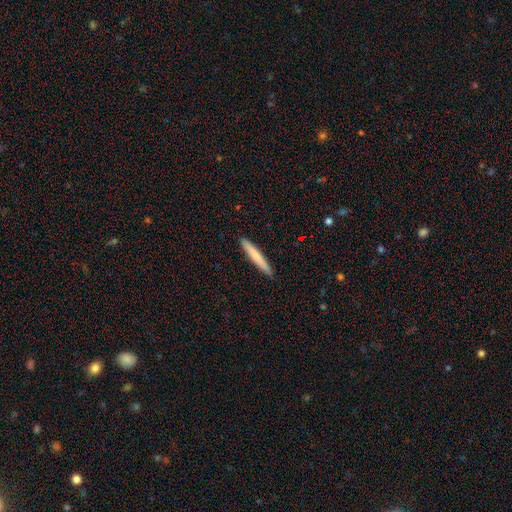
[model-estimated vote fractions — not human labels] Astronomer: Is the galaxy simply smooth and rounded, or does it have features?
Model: smooth — 73%.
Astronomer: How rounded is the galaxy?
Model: cigar-shaped — 96%.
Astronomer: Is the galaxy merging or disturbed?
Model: none — 92%.